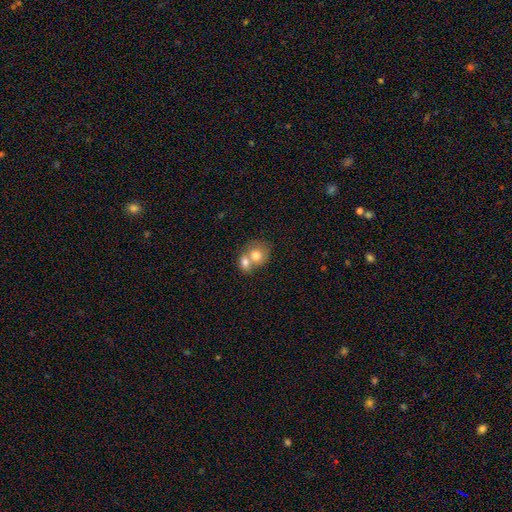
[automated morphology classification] Smooth or featured: smooth — 73% (featured or disk — 19%)
How rounded: round — 66% (in between — 33%)
Merging: merger — 67% (none — 23%)